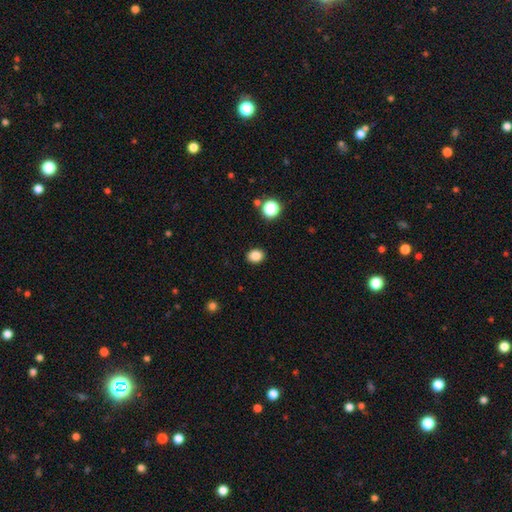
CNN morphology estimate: The model was most divided on "how rounded": in between: 50%, round: 49%, cigar-shaped: 1%. More confident: merging — none (90%); smooth or featured — smooth (85%).